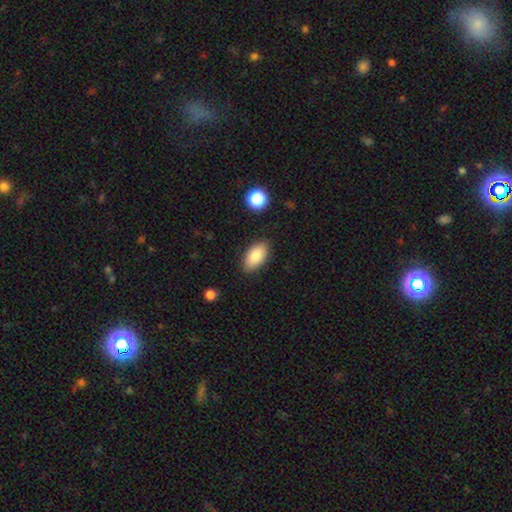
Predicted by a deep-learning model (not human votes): smooth 86%, star or artifact 7%, featured or disk 7%. Down the decision tree: how rounded — in between (94%); merging — none (85%).